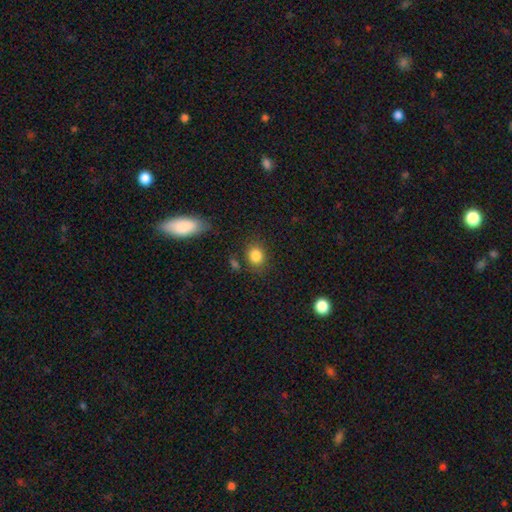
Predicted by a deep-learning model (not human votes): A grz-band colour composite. It shows a smooth galaxy with no disk features (84%) that is round (60%). Merging: none (76%).